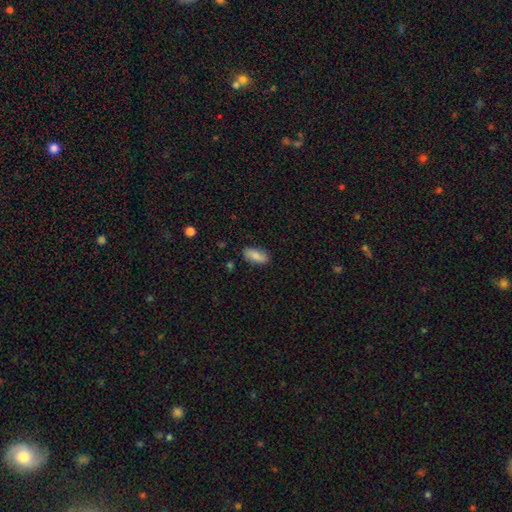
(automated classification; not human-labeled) Smooth or featured?
  - smooth: 81% *
  - featured or disk: 12%
  - star or artifact: 7%
How rounded?
  - in between: 86% *
  - cigar-shaped: 12%
  - round: 3%
Merging?
  - none: 83% *
  - minor disturbance: 13%
  - major disturbance: 2%
  - merger: 2%